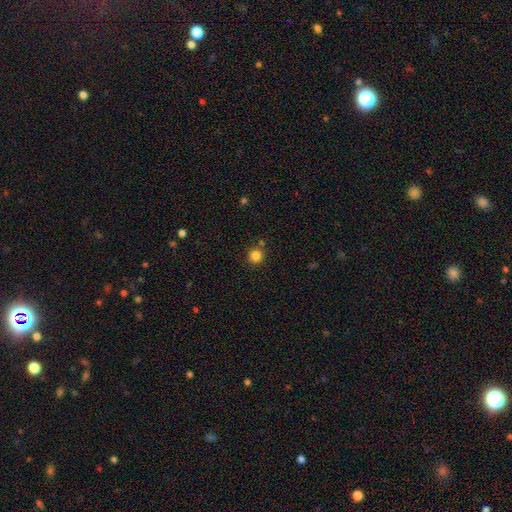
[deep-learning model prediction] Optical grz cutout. It shows a smooth galaxy with no disk features (84%) that is round (93%). Merging: none (85%).